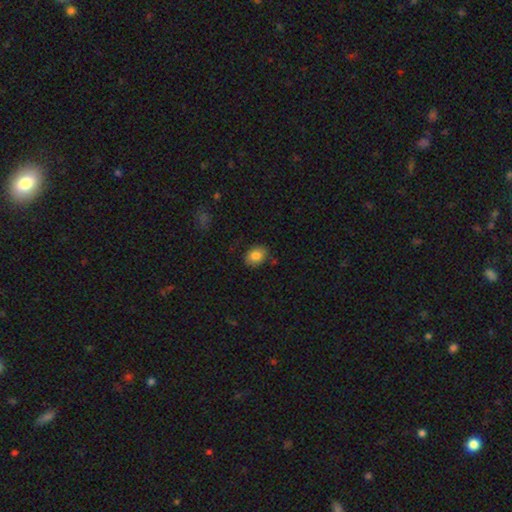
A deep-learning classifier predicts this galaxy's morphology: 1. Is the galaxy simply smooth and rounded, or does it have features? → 84% smooth, 8% star or artifact, 8% featured or disk.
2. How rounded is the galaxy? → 71% in between, 28% round, 1% cigar-shaped.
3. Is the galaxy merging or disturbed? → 82% none, 13% minor disturbance, 3% major disturbance, 2% merger.